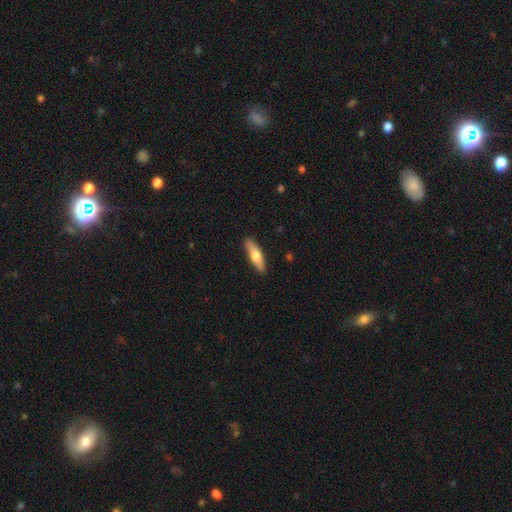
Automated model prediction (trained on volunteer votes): This appears to be a smooth galaxy with no disk features (57%) that is cigar-shaped (65%). Merging: none (89%).